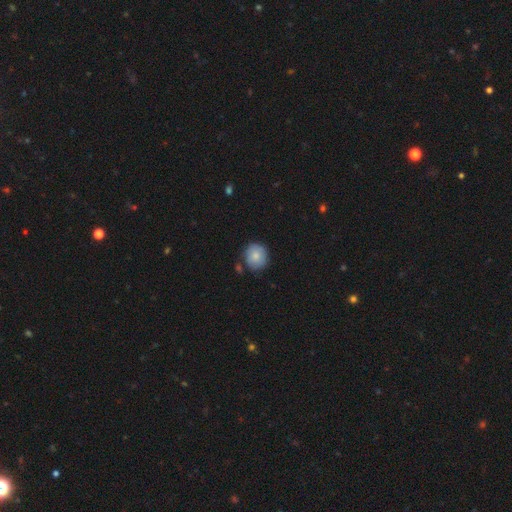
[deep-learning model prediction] Smooth or featured: smooth — 82% (featured or disk — 10%)
How rounded: round — 88% (in between — 11%)
Merging: none — 78% (minor disturbance — 15%)